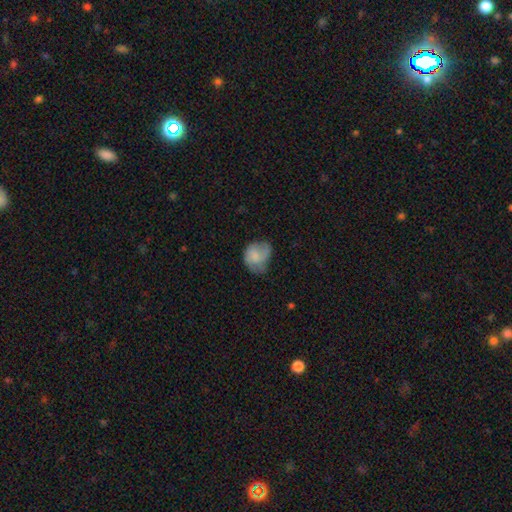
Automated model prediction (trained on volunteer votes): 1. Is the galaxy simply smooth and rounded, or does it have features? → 64% smooth, 28% featured or disk, 8% star or artifact.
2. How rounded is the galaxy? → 51% round, 48% in between, 1% cigar-shaped.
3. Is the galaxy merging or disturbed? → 38% none, 36% minor disturbance, 24% major disturbance, 2% merger.